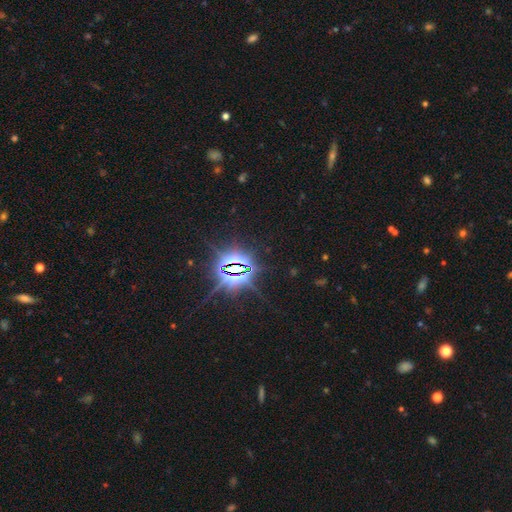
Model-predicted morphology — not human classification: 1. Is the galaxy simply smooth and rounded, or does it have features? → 86% star or artifact, 9% smooth, 6% featured or disk.